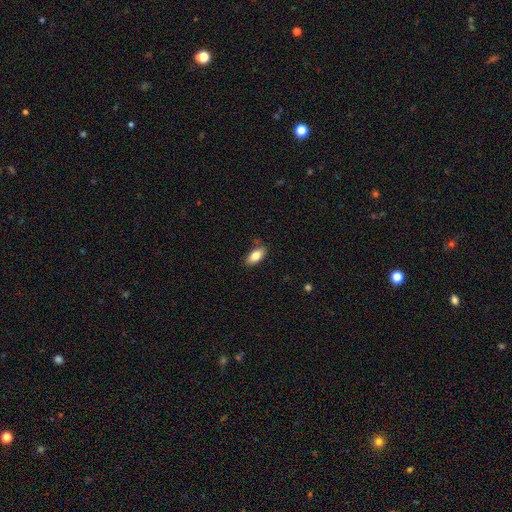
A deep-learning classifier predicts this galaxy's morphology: A smooth galaxy with no disk features (81%) that is in between round and cigar-shaped (90%).

Vote fractions:
- Smooth or featured? smooth: 81% / featured or disk: 12% / star or artifact: 7%
- How rounded? in between: 90% / cigar-shaped: 7% / round: 3%
- Merging? none: 80% / minor disturbance: 15% / major disturbance: 3% / merger: 2%